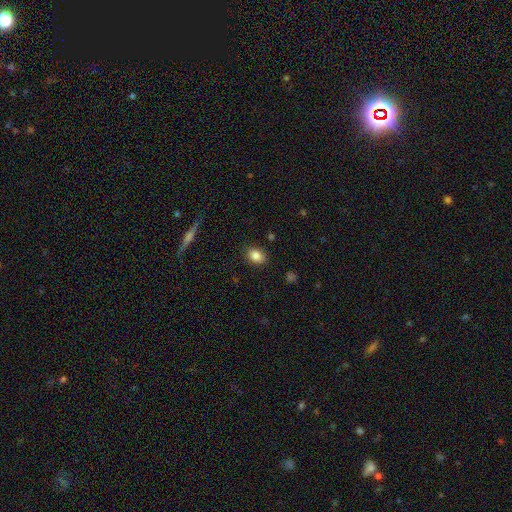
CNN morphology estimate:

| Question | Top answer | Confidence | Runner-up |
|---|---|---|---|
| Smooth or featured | smooth | 84% | star or artifact (9%) |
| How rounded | in between | 71% | round (27%) |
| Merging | none | 86% | minor disturbance (10%) |